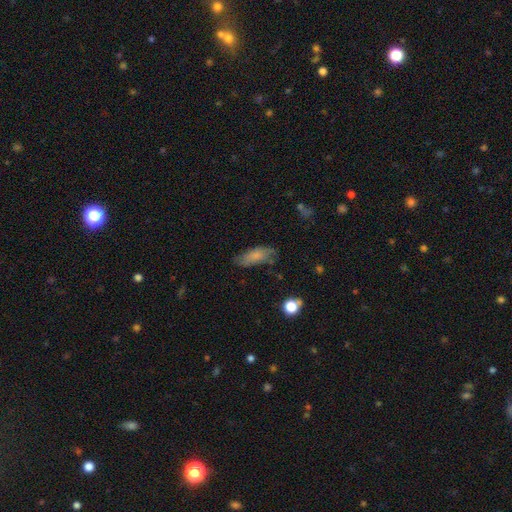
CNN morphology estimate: A smooth galaxy with no disk features (72%) that is in between round and cigar-shaped (74%). Merging: none (62%).